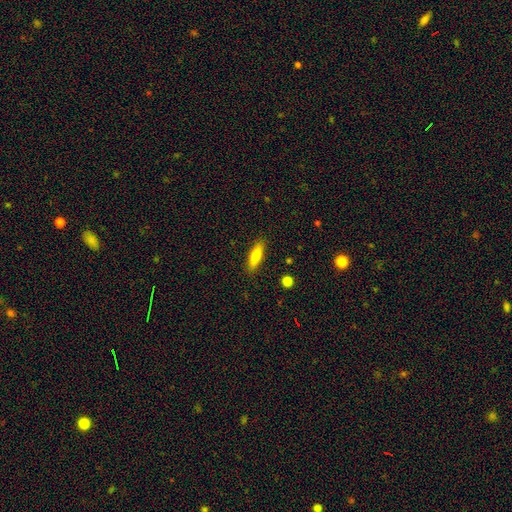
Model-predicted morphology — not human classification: The model was most divided on "how rounded": cigar-shaped: 65%, in between: 33%, round: 2%. More confident: merging — none (88%); smooth or featured — smooth (75%).